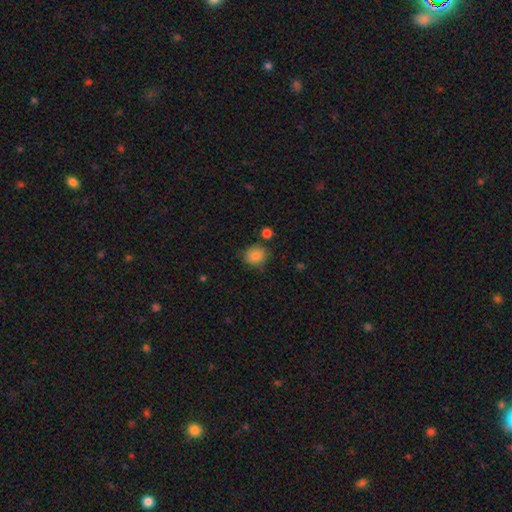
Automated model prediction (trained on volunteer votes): Overall: smooth (84%). How rounded: round (76%). Merging: none (75%).